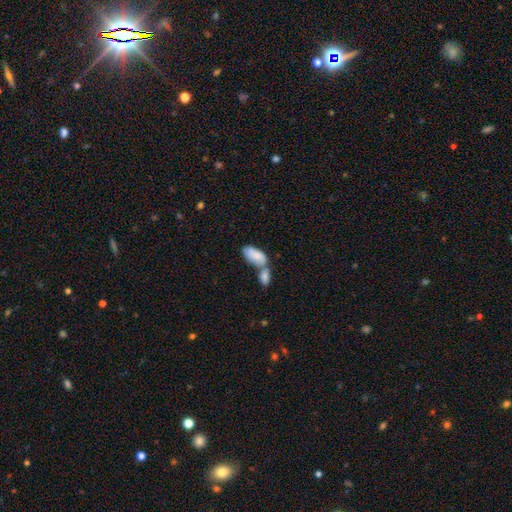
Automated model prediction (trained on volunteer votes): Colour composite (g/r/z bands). It shows a smooth galaxy with no disk features (79%) that is in between round and cigar-shaped (92%). Merging: merger (64%).